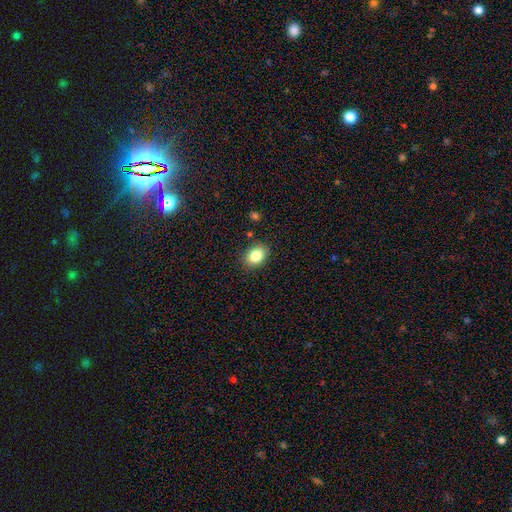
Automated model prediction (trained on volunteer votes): Smooth or featured?
  - smooth: 84% *
  - star or artifact: 9%
  - featured or disk: 7%
How rounded?
  - in between: 70% *
  - round: 29%
  - cigar-shaped: 1%
Merging?
  - none: 86% *
  - minor disturbance: 10%
  - major disturbance: 2%
  - merger: 2%